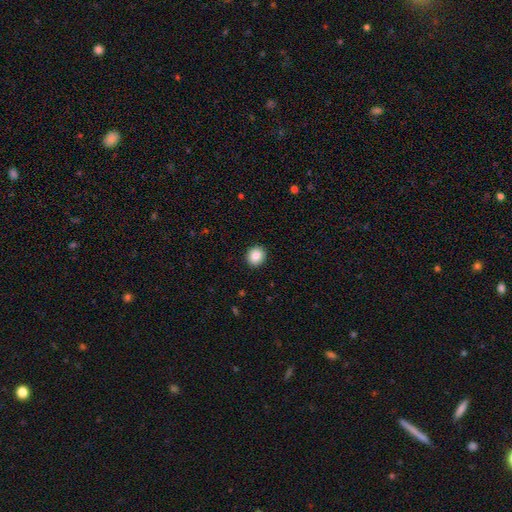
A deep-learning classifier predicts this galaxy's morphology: Overall: smooth (87%). How rounded: round (79%). Merging: none (92%).